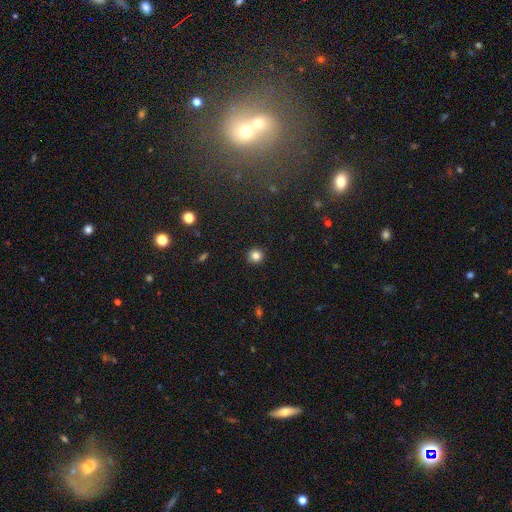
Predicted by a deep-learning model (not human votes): smooth-or-featured: smooth: 83% | star or artifact: 12% | featured or disk: 5%
  how-rounded: round: 94% | in between: 5% | cigar-shaped: 1%
  merging: none: 92% | minor disturbance: 5% | major disturbance: 2% | merger: 1%